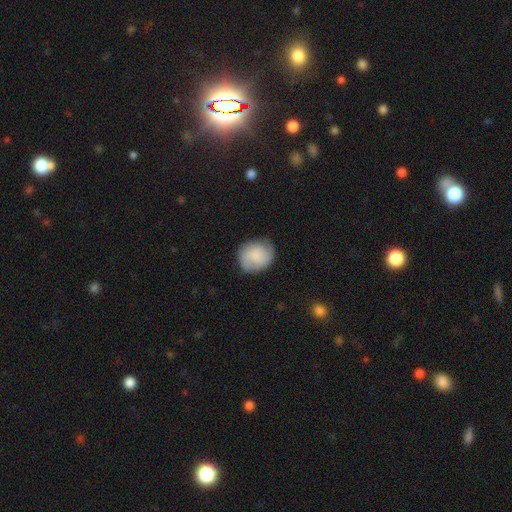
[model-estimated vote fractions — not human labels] Smooth or featured?
  - smooth: 59% *
  - featured or disk: 33%
  - star or artifact: 8%
How rounded?
  - round: 69% *
  - in between: 30%
  - cigar-shaped: 1%
Merging?
  - none: 73% *
  - minor disturbance: 20%
  - major disturbance: 6%
  - merger: 1%